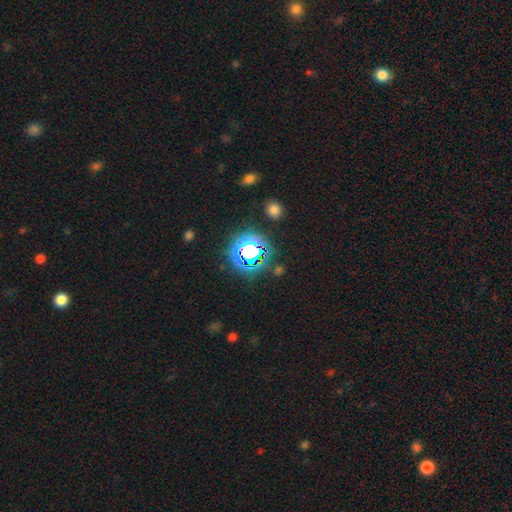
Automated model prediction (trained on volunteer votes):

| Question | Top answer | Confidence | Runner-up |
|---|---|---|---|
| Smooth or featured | star or artifact | 73% | smooth (18%) |